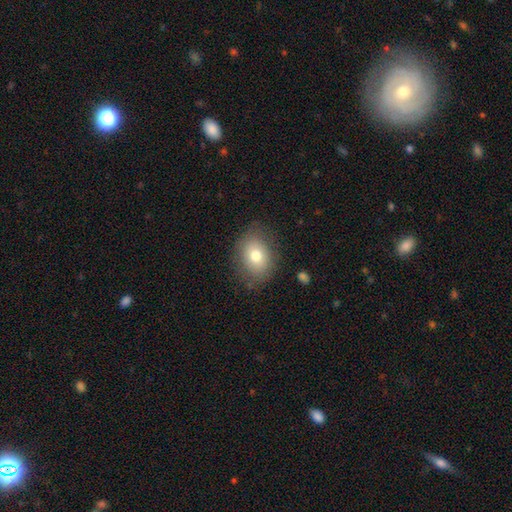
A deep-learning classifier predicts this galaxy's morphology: Smooth or featured? smooth (75%)
How rounded? in between (61%)
Merging? none (79%)